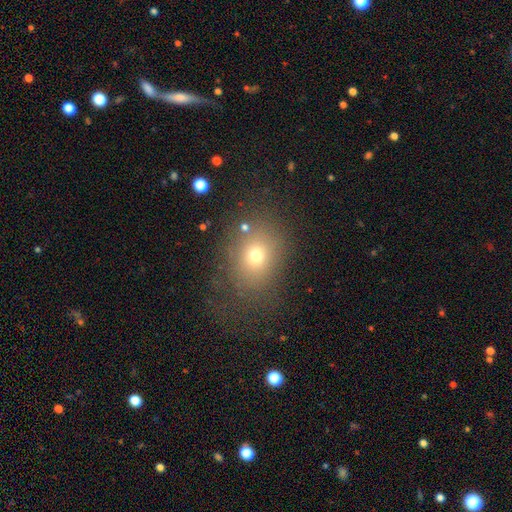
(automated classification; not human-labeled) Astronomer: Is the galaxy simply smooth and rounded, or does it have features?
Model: smooth — 68%.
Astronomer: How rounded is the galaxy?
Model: round — 52% (runner-up: in between, 47%).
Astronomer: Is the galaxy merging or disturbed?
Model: none — 69%.